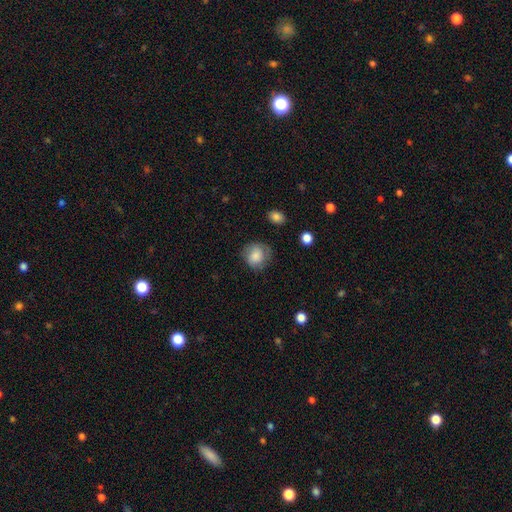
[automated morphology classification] Smooth or featured?
  - smooth: 79% *
  - featured or disk: 13%
  - star or artifact: 8%
How rounded?
  - round: 80% *
  - in between: 19%
  - cigar-shaped: 1%
Merging?
  - none: 67% *
  - minor disturbance: 23%
  - major disturbance: 9%
  - merger: 2%